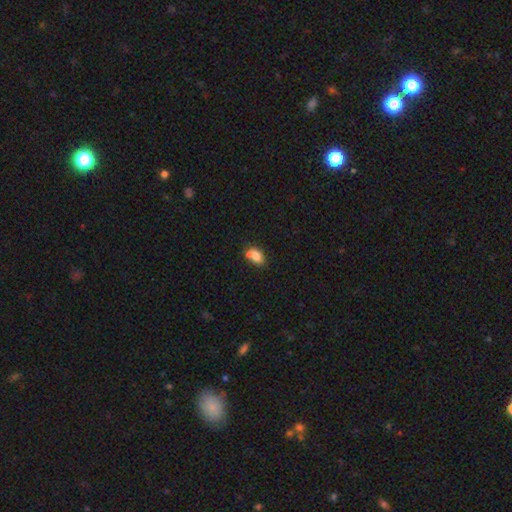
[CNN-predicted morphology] type=smooth (79%); roundness=in between (83%); merging=none (47%).